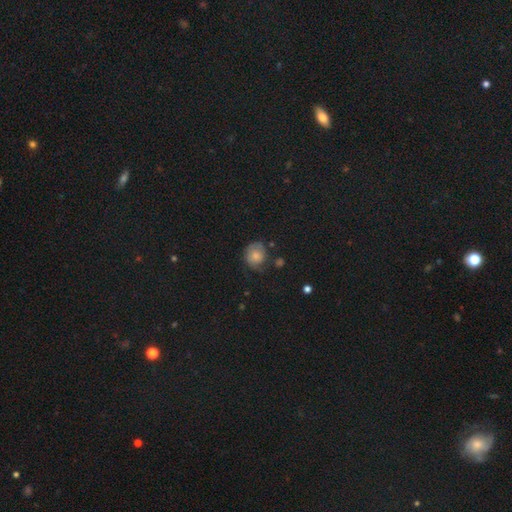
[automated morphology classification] Smooth or featured?
  - smooth: 66% *
  - featured or disk: 25%
  - star or artifact: 10%
How rounded?
  - round: 76% *
  - in between: 23%
  - cigar-shaped: 1%
Merging?
  - none: 55% *
  - minor disturbance: 29%
  - major disturbance: 13%
  - merger: 3%